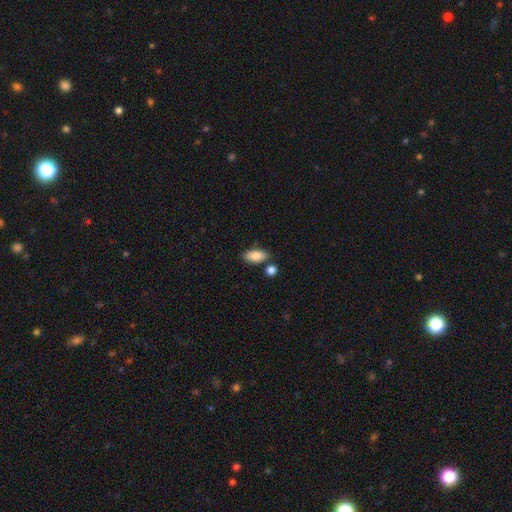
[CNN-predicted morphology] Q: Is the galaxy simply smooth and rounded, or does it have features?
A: smooth — 85%.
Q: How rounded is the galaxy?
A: in between — 91%.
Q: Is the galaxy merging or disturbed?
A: none — 78%.